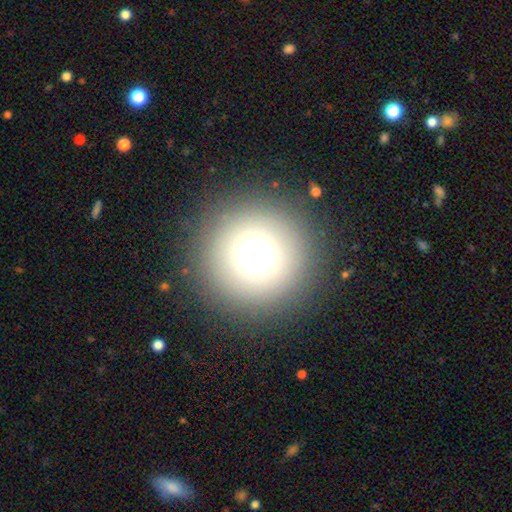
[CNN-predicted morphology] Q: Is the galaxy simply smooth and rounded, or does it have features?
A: smooth — 68%.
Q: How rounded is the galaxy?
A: round — 96%.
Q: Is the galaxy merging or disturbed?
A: none — 90%.